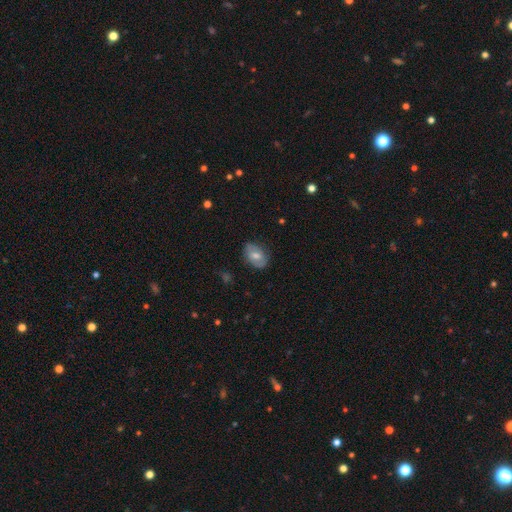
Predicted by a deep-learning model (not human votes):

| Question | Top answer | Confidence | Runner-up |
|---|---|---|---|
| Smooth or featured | smooth | 54% | featured or disk (38%) |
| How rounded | in between | 81% | round (17%) |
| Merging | none | 77% | minor disturbance (18%) |